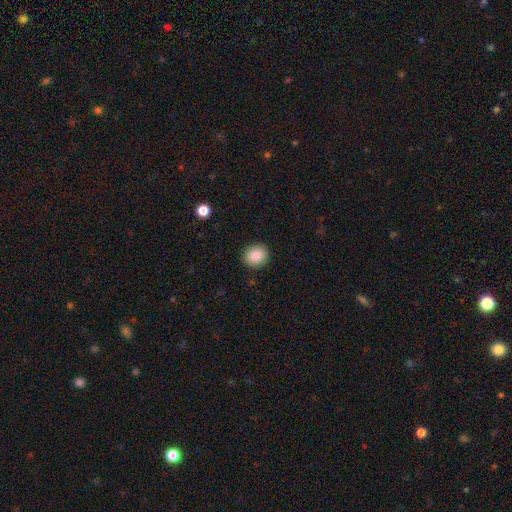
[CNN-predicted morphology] Smooth or featured: smooth — 87% (star or artifact — 8%)
How rounded: round — 76% (in between — 23%)
Merging: none — 91% (minor disturbance — 6%)